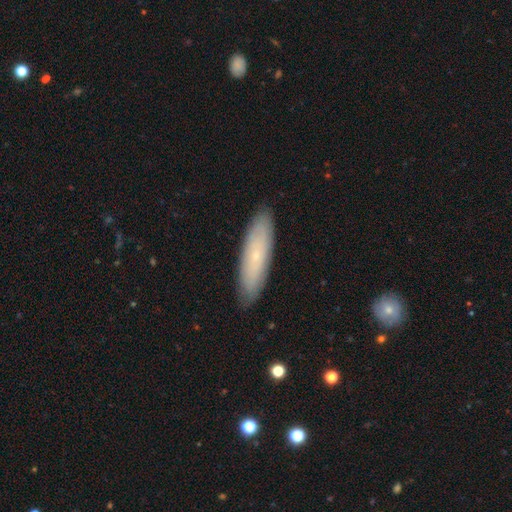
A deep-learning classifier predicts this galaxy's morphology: The model was most divided on "smooth or featured": smooth: 53%, featured or disk: 39%, star or artifact: 7%. More confident: merging — none (88%); how rounded — cigar-shaped (66%).